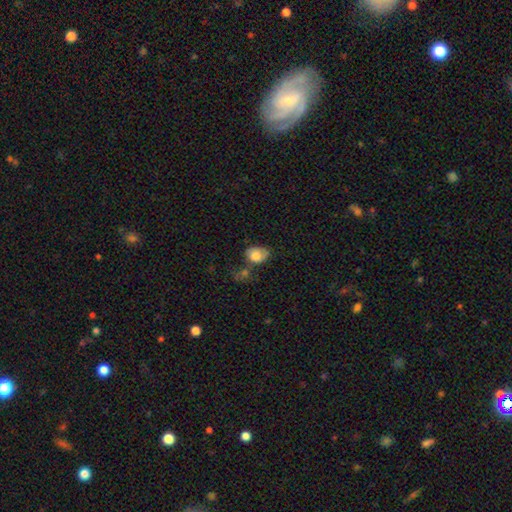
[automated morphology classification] Smooth or featured?
  - smooth: 76% *
  - featured or disk: 16%
  - star or artifact: 8%
How rounded?
  - in between: 68% *
  - round: 31%
  - cigar-shaped: 1%
Merging?
  - none: 34% *
  - minor disturbance: 30%
  - merger: 19%
  - major disturbance: 17%